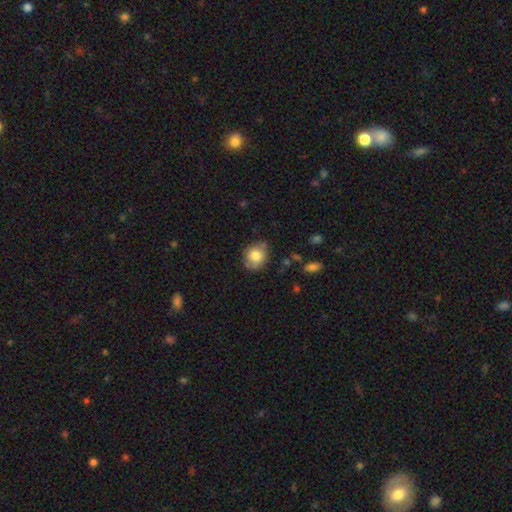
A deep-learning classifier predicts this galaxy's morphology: type=smooth (80%); roundness=round (68%); merging=none (76%).